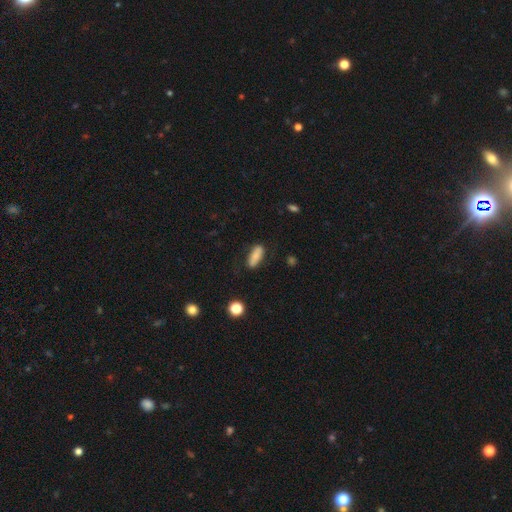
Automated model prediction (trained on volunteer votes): A smooth galaxy with no disk features (82%) that is in between round and cigar-shaped (66%).

Vote fractions:
- Smooth or featured? smooth: 82% / featured or disk: 11% / star or artifact: 8%
- How rounded? in between: 66% / cigar-shaped: 31% / round: 3%
- Merging? none: 79% / minor disturbance: 15% / major disturbance: 4% / merger: 2%